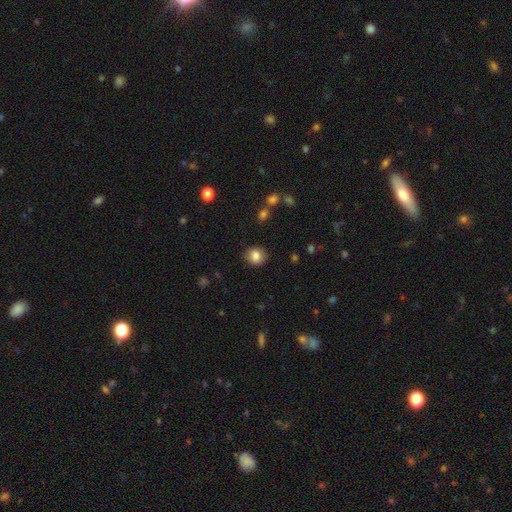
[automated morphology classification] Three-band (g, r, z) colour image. It shows a smooth galaxy with no disk features (80%) that is round (59%). Merging: none (82%).